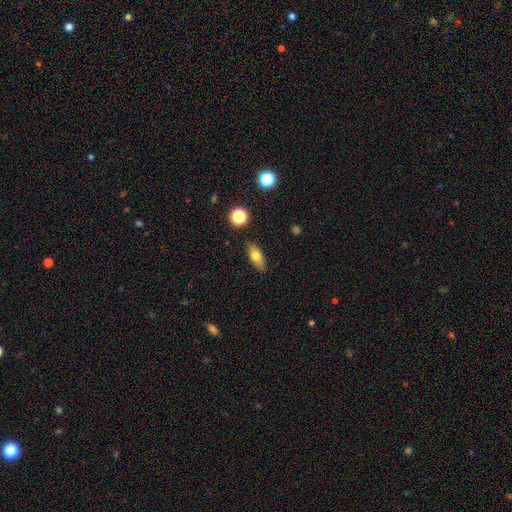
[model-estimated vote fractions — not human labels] smooth 72%, featured or disk 19%, star or artifact 9%. Down the decision tree: how rounded — in between (75%); merging — none (87%).